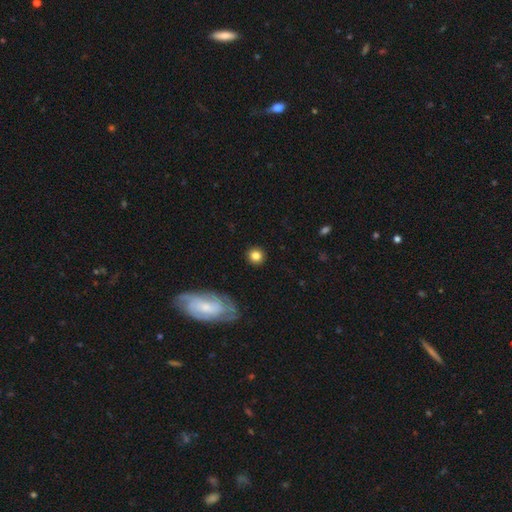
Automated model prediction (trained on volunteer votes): Morphology: type=smooth (81%); roundness=round (91%); merging=none (90%).